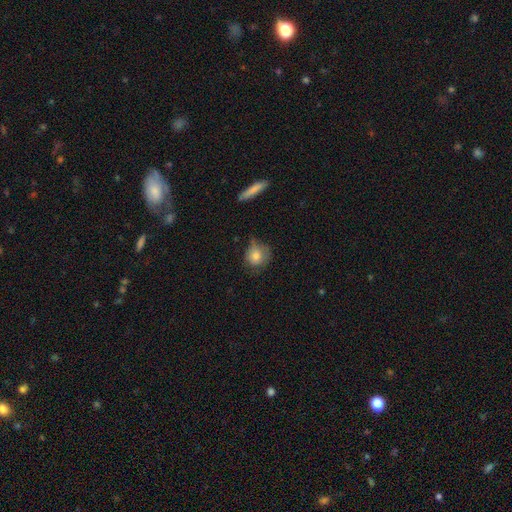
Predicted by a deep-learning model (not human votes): The model was most divided on "merging": none: 52%, minor disturbance: 33%, major disturbance: 12%, merger: 3%. More confident: how rounded — round (81%); smooth or featured — smooth (76%).